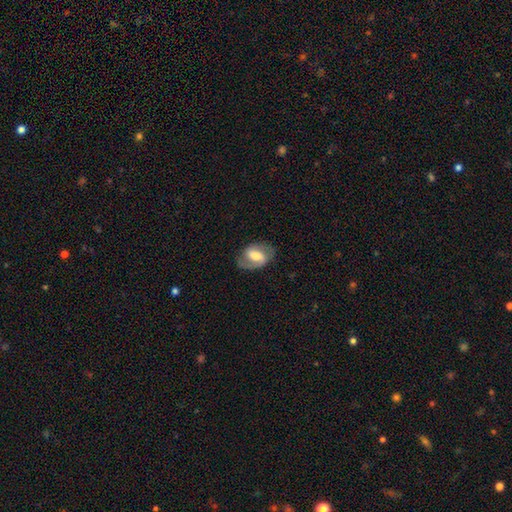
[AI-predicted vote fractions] Smooth or featured: featured or disk — 70% (smooth — 24%)
Edge-on disk: no — 97% (yes — 3%)
Bar: weak — 45% (strong — 34%)
Spiral arms: yes — 88% (no — 12%)
Spiral winding: medium — 49% (tight — 28%)
Spiral arm count: 2 — 83% (1 — 9%)
Bulge size: moderate — 48% (large — 24%)
Merging: none — 75% (minor disturbance — 17%)